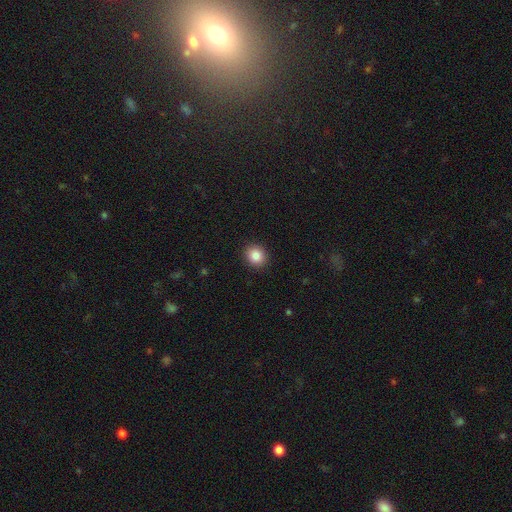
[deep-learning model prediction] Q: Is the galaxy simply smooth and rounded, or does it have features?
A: smooth — 85%.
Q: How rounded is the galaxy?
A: round — 73%.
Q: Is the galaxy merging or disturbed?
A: none — 91%.